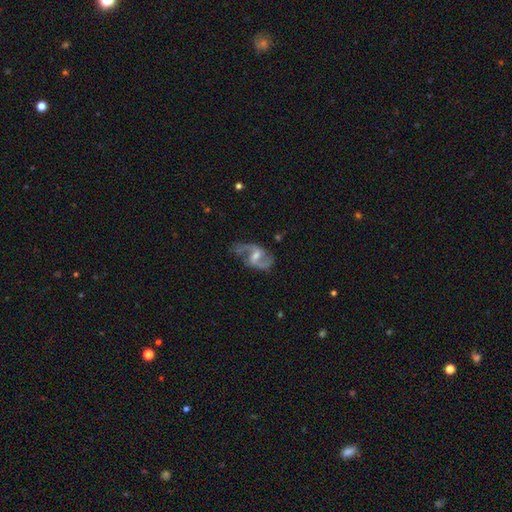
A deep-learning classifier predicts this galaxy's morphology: Smooth or featured? Predicted: featured or disk (p=0.88). Edge-on disk? Predicted: no (p=0.97). Bar? Predicted: weak (p=0.53). Spiral arms? Predicted: yes (p=0.95). Spiral winding? Predicted: loose (p=0.47). Spiral arm count? Predicted: 2 (p=0.91). Bulge size? Predicted: moderate (p=0.47). Merging? Predicted: none (p=0.69).